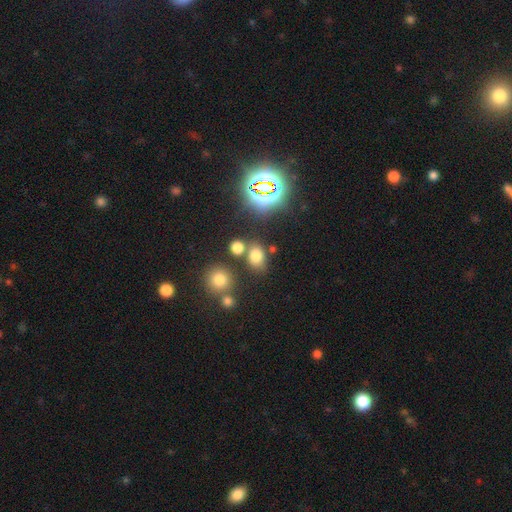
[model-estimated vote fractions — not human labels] Smooth or featured?
  - smooth: 69% *
  - star or artifact: 22%
  - featured or disk: 8%
How rounded?
  - in between: 65% *
  - round: 33%
  - cigar-shaped: 2%
Merging?
  - none: 68% *
  - merger: 15%
  - minor disturbance: 12%
  - major disturbance: 5%